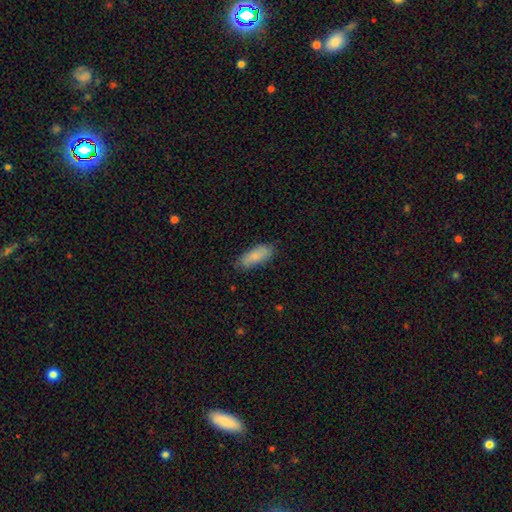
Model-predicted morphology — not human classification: Smooth or featured?
  - smooth: 82% *
  - featured or disk: 12%
  - star or artifact: 6%
How rounded?
  - in between: 75% *
  - cigar-shaped: 23%
  - round: 2%
Merging?
  - none: 79% *
  - minor disturbance: 17%
  - major disturbance: 3%
  - merger: 1%